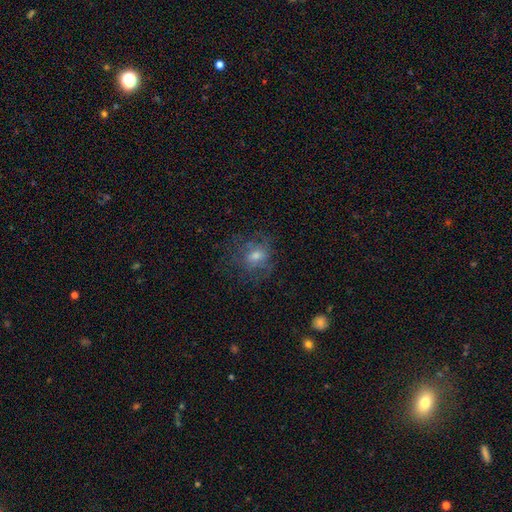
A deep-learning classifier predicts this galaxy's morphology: smooth-or-featured: smooth: 47% | featured or disk: 36% | star or artifact: 17%
  merging: none: 63% | minor disturbance: 18% | major disturbance: 17% | merger: 1%